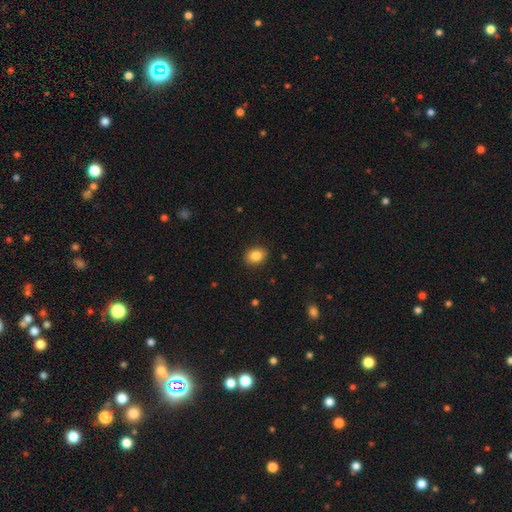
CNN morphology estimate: Q: Smooth or featured?
A: smooth (85%); runner-up: star or artifact (9%)
Q: How rounded?
A: in between (57%); runner-up: round (42%)
Q: Merging?
A: none (87%); runner-up: minor disturbance (9%)